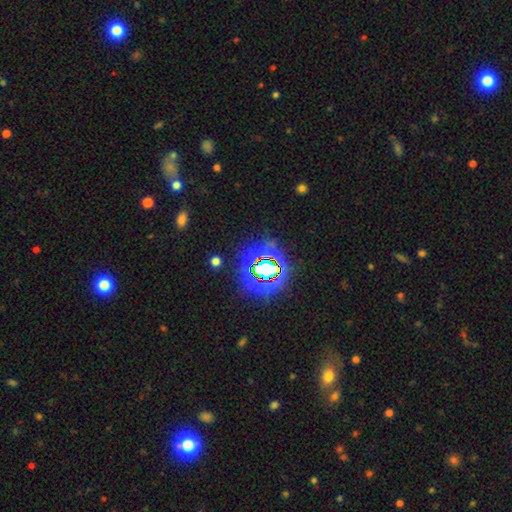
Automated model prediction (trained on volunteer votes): Morphology: type=star or artifact (81%).